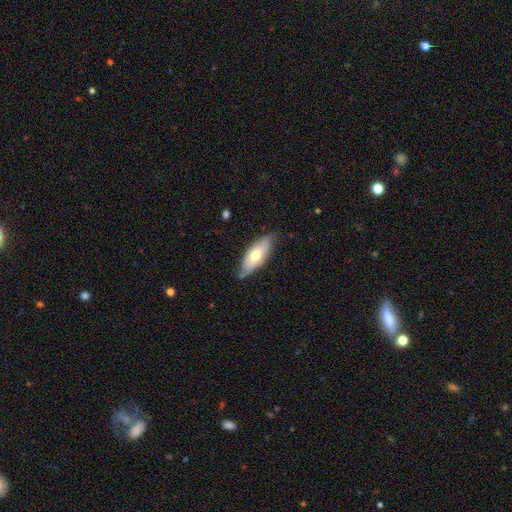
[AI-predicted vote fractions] Smooth or featured? smooth (59%)
How rounded? in between (75%)
Merging? none (70%)